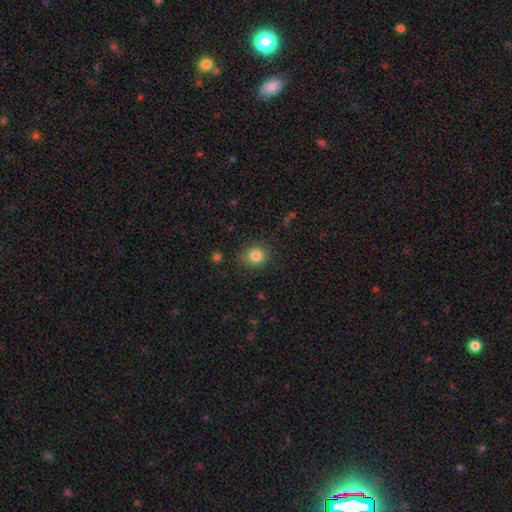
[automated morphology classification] Smooth or featured? smooth (83%)
How rounded? round (84%)
Merging? none (84%)